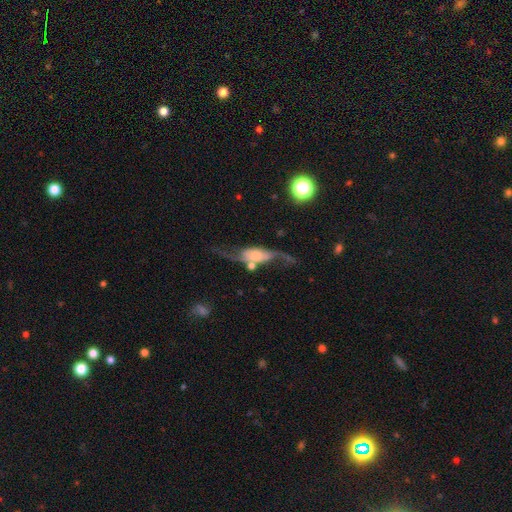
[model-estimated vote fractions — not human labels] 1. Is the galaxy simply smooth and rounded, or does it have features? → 79% featured or disk, 15% smooth, 6% star or artifact.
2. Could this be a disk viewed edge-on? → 81% no, 19% yes.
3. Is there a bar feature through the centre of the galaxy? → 57% no, 30% weak, 12% strong.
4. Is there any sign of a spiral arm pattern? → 90% yes, 10% no.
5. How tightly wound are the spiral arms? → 85% loose, 11% medium, 4% tight.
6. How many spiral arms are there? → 91% 2, 3% 1, 3% can't tell, 1% 3, 1% 4, 1% more than 4.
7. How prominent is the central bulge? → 36% small, 35% moderate, 13% large, 10% none, 5% dominant.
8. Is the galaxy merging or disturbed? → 48% none, 21% major disturbance, 20% minor disturbance, 12% merger.